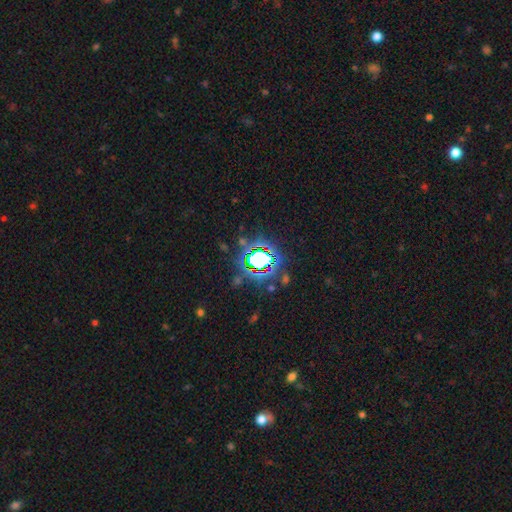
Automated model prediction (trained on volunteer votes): Smooth or featured? star or artifact (77%)